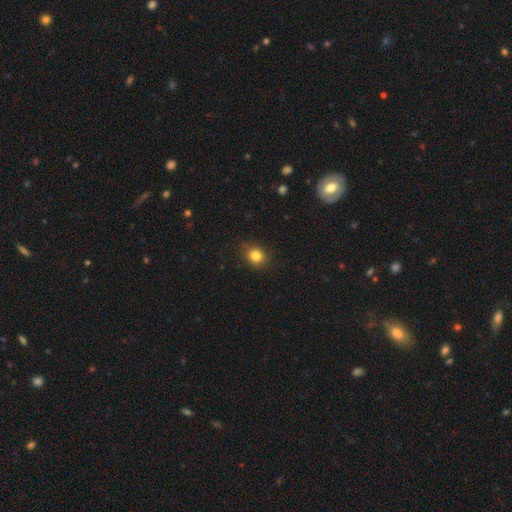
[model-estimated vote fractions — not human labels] A smooth galaxy with no disk features (83%) that is round (72%). Merging: none (86%).